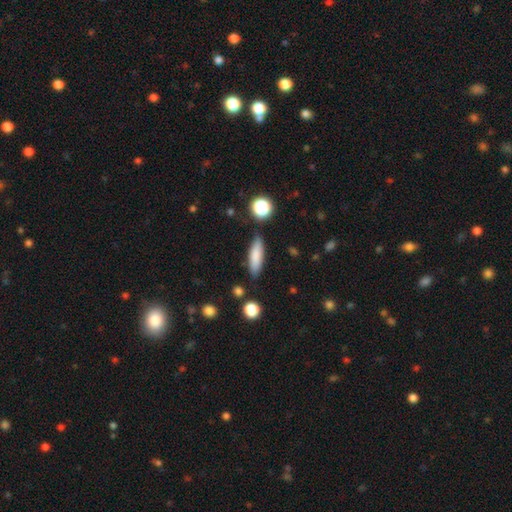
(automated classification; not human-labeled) This is clearly a smooth galaxy (81%). How rounded: possibly cigar-shaped (56%). Merging: clearly none (83%).